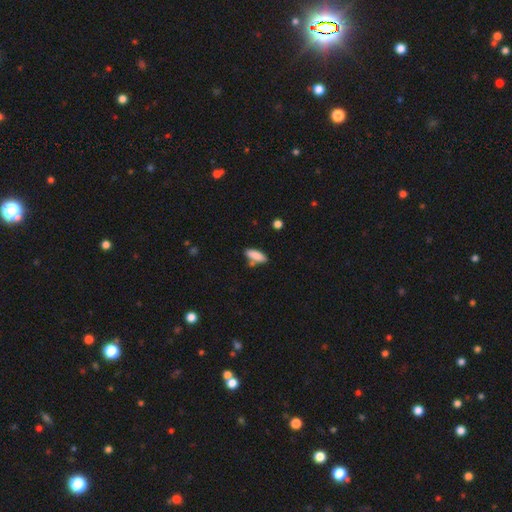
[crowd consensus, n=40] Smooth or featured? 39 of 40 (98%) said smooth. How rounded? 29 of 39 (74%) said in between. Merging? 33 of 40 (82%) said none.